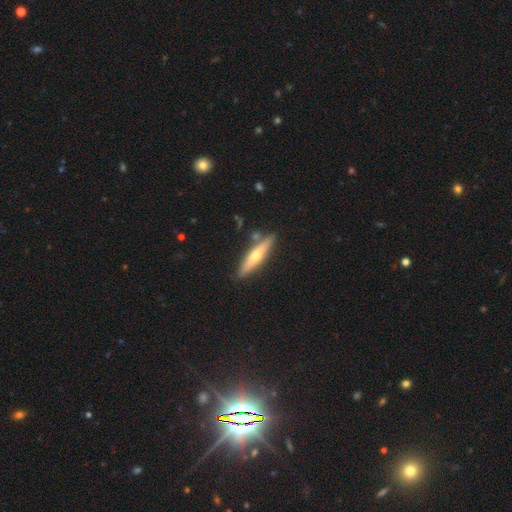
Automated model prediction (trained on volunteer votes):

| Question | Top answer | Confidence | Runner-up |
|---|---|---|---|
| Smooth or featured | featured or disk | 56% | smooth (38%) |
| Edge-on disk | yes | 91% | no (9%) |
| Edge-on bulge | rounded | 90% | none (8%) |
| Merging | none | 85% | minor disturbance (9%) |